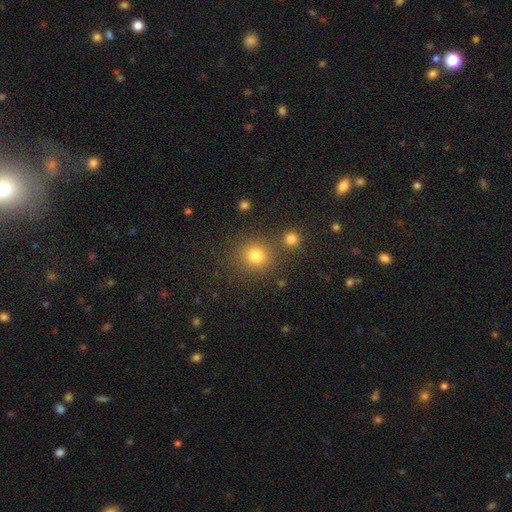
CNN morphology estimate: This appears to be a smooth galaxy with no disk features (80%) that is round (87%). Merging: none (78%).